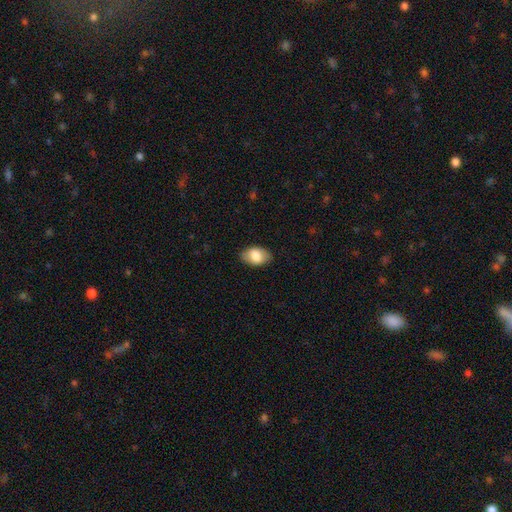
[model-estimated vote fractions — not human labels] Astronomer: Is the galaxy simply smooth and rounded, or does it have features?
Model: smooth — 80%.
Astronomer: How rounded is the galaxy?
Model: in between — 91%.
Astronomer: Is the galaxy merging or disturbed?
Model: none — 85%.